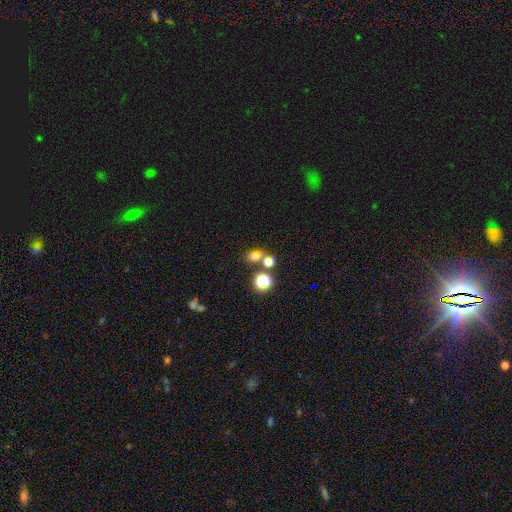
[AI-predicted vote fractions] Morphology: type=smooth (66%); roundness=in between (53%); merging=none (56%).